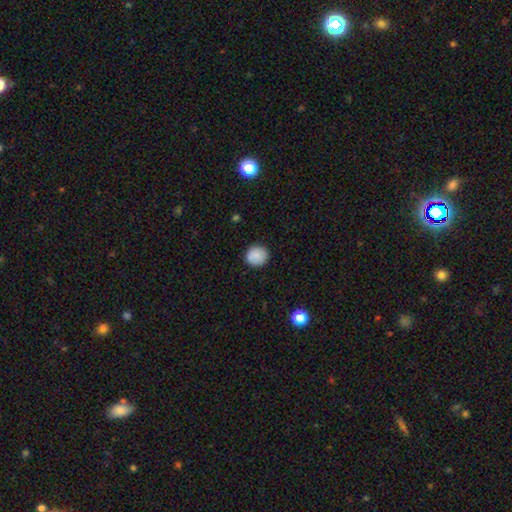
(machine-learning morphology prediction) smooth 88%, star or artifact 8%, featured or disk 4%. Down the decision tree: how rounded — round (89%); merging — none (89%).